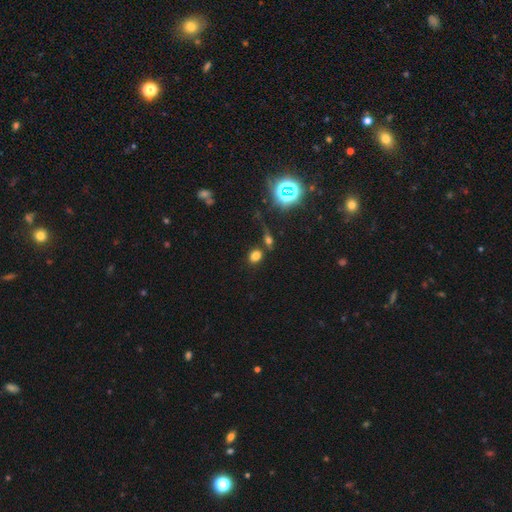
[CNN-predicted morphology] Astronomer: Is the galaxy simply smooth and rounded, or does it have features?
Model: smooth — 70%.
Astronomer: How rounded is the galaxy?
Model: in between — 50% (runner-up: round, 48%).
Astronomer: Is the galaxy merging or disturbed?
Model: none — 66%.